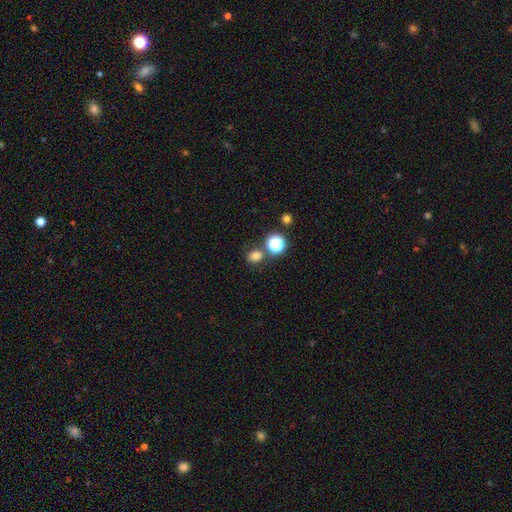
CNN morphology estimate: Smooth or featured: smooth — 74% (star or artifact — 19%)
How rounded: round — 67% (in between — 32%)
Merging: none — 69% (merger — 16%)